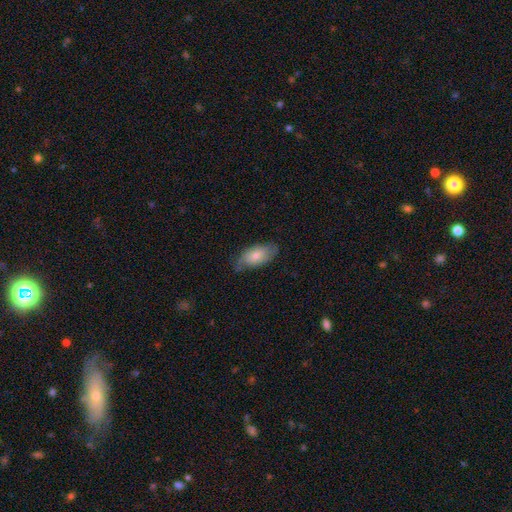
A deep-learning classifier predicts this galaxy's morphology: Smooth or featured? Predicted: smooth (p=0.68). How rounded? Predicted: in between (p=0.92). Merging? Predicted: none (p=0.64).